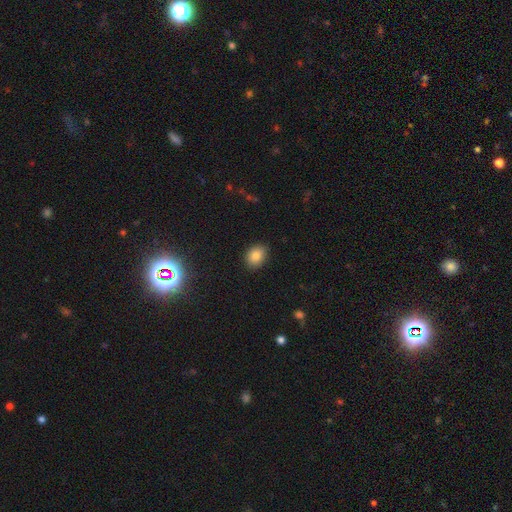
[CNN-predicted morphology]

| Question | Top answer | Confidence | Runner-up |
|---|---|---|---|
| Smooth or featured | smooth | 84% | star or artifact (11%) |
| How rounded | in between | 57% | round (42%) |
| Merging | none | 87% | minor disturbance (9%) |